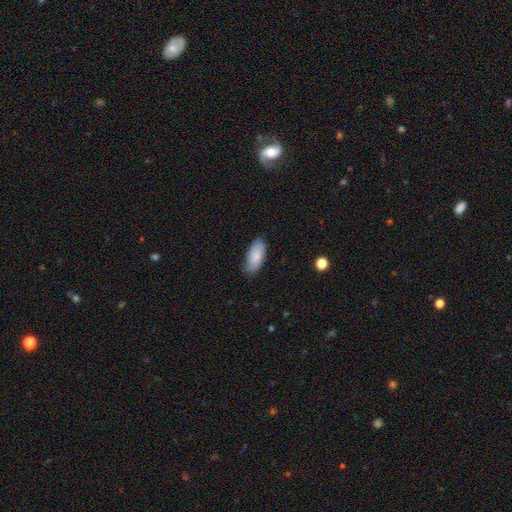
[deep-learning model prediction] Smooth or featured? smooth (83%)
How rounded? in between (88%)
Merging? none (70%)